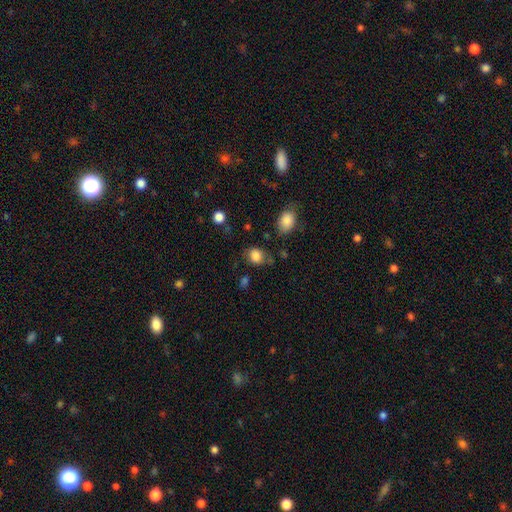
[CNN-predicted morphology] type=smooth (84%); roundness=round (62%); merging=none (69%).